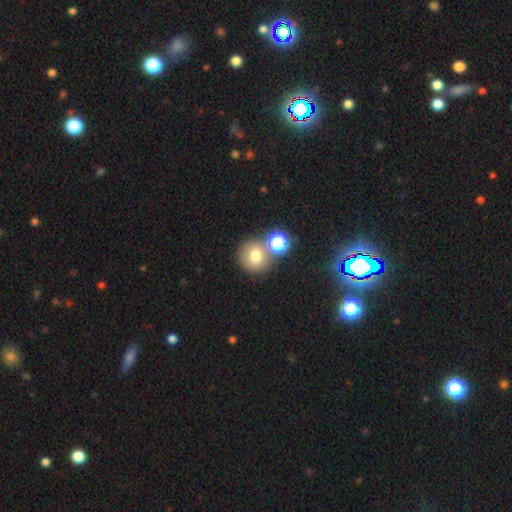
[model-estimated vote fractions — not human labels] This appears to be a smooth galaxy with no disk features (72%) that is round (89%). Merging: none (62%).